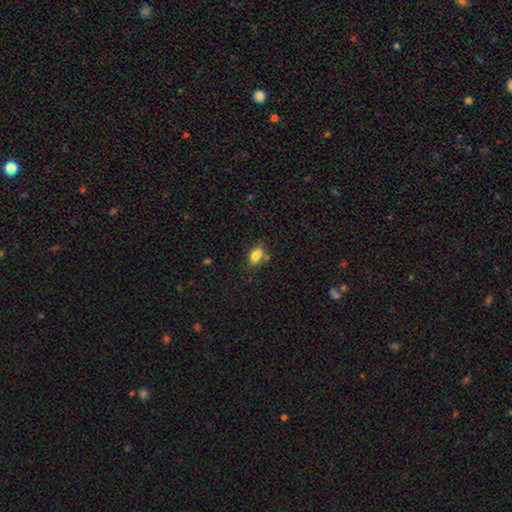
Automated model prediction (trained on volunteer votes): Q: Smooth or featured?
A: smooth (79%); runner-up: star or artifact (11%)
Q: How rounded?
A: in between (82%); runner-up: round (14%)
Q: Merging?
A: none (53%); runner-up: merger (22%)